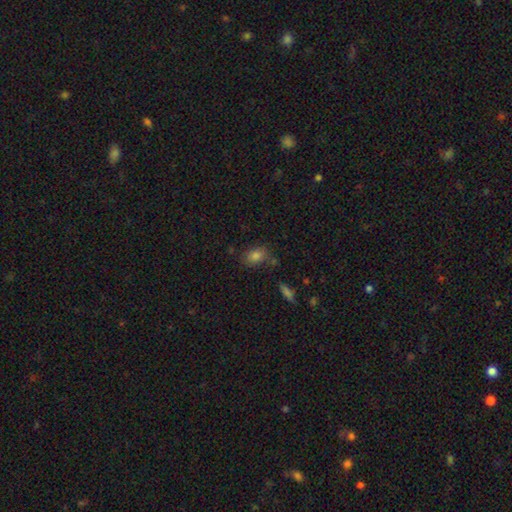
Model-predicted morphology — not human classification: This is likely a smooth galaxy (79%). How rounded: likely in between (78%). Merging: likely none (72%).